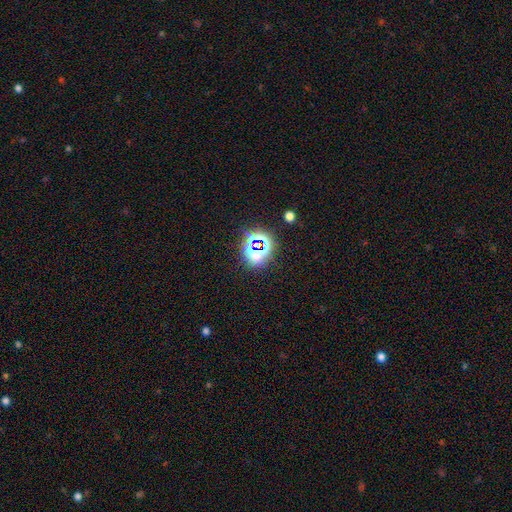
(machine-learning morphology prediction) smooth_or_featured: star or artifact (p=0.68) [alt: smooth p=0.24]